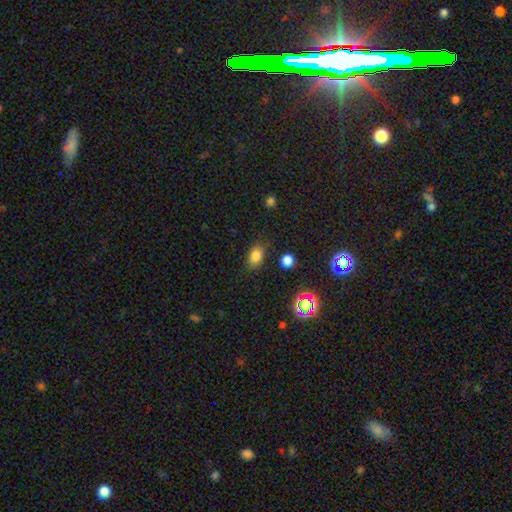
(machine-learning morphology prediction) Overall: smooth (80%). How rounded: in between (78%). Merging: none (78%).